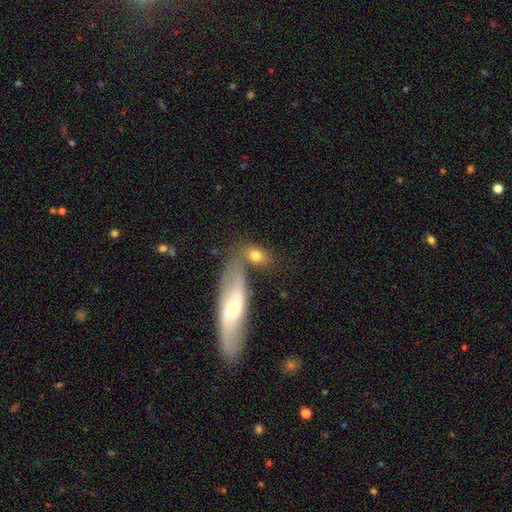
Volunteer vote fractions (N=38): Q: Smooth or featured?
A: smooth (66%); runner-up: featured or disk (29%)
Q: How rounded?
A: in between (88%); runner-up: cigar-shaped (8%)
Q: Merging?
A: none (81%); runner-up: merger (11%)